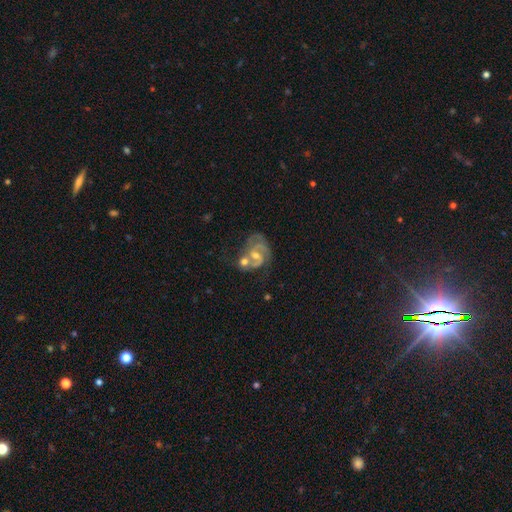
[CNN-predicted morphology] smooth-or-featured: featured or disk: 84% | smooth: 9% | star or artifact: 7%
  disk-edge-on: no: 98% | yes: 2%
    bar: weak: 46% | no: 43% | strong: 12%
    has-spiral-arms: yes: 94% | no: 6%
      spiral-winding: medium: 51% | tight: 33% | loose: 16%
      spiral-arm-count: 2: 70% | can't tell: 10% | 3: 9% | 1: 7% | 4: 2% | more than 4: 2%
    bulge-size: moderate: 46% | small: 45% | none: 5% | large: 3% | dominant: 1%
  merging: none: 37% | merger: 32% | minor disturbance: 16% | major disturbance: 15%